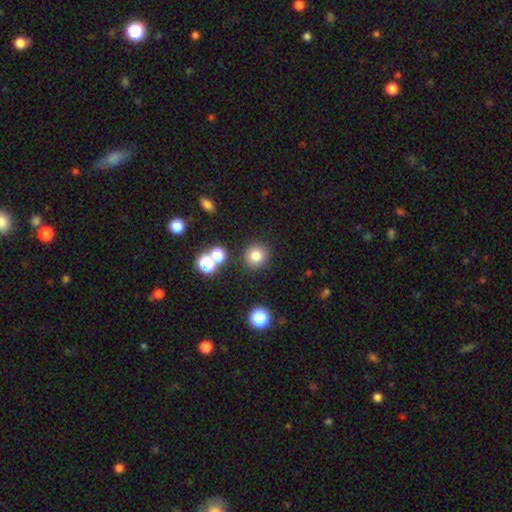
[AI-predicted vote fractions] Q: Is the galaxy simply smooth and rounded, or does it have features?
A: smooth — 78%.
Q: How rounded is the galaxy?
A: round — 92%.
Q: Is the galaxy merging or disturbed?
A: none — 85%.